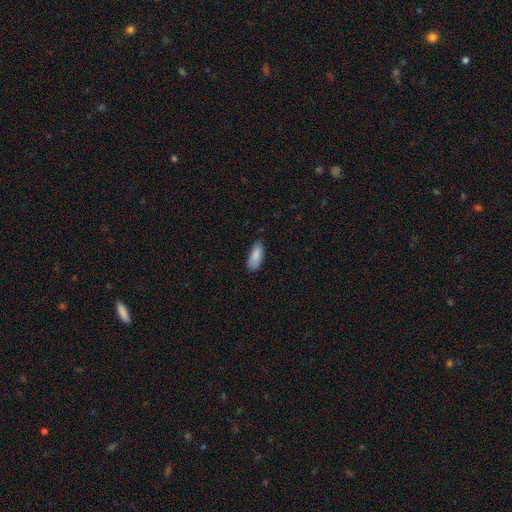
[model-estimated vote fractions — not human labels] Smooth or featured? Predicted: smooth (p=0.88). How rounded? Predicted: in between (p=0.81). Merging? Predicted: none (p=0.79).